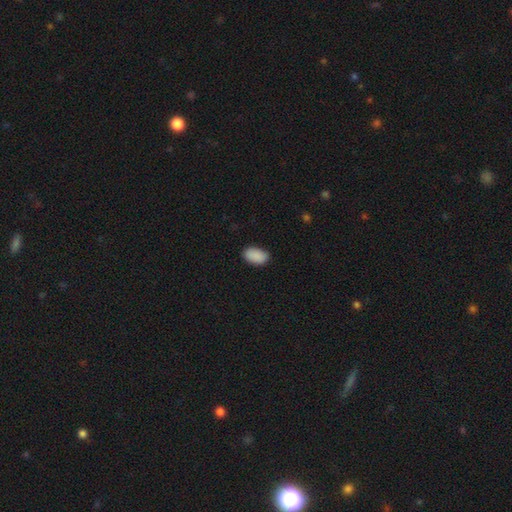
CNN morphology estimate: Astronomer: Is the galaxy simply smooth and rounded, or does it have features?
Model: smooth — 90%.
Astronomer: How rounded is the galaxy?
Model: in between — 93%.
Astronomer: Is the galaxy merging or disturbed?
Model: none — 85%.